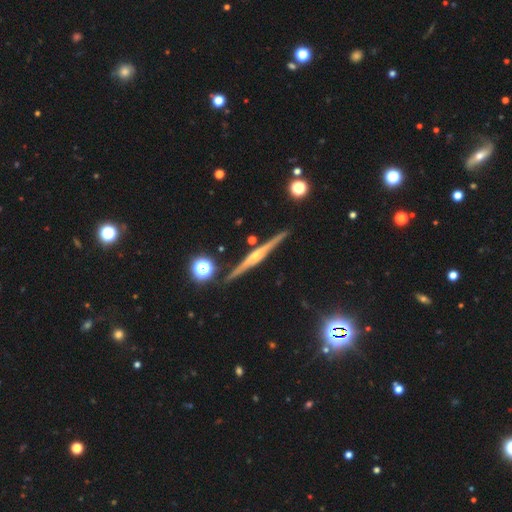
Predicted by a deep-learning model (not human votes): Smooth or featured? Predicted: featured or disk (p=0.82). Edge-on disk? Predicted: yes (p=0.98). Edge-on bulge? Predicted: rounded (p=0.79). Merging? Predicted: none (p=0.90).